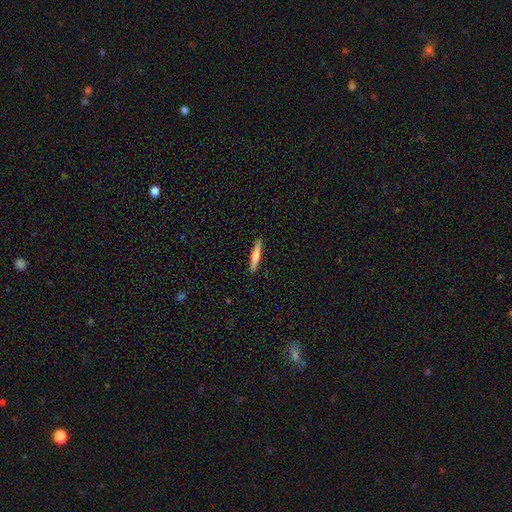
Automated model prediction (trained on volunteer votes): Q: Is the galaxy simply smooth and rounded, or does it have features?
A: smooth — 62%.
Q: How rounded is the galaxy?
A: cigar-shaped — 93%.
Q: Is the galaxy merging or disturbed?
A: none — 90%.